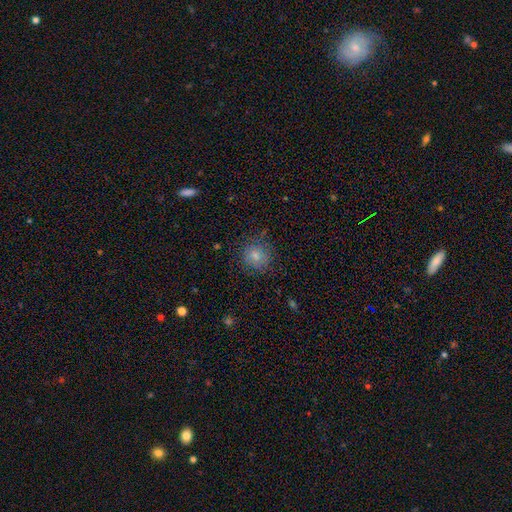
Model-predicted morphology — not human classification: smooth 79%, star or artifact 11%, featured or disk 10%. Down the decision tree: how rounded — round (86%); merging — none (76%).